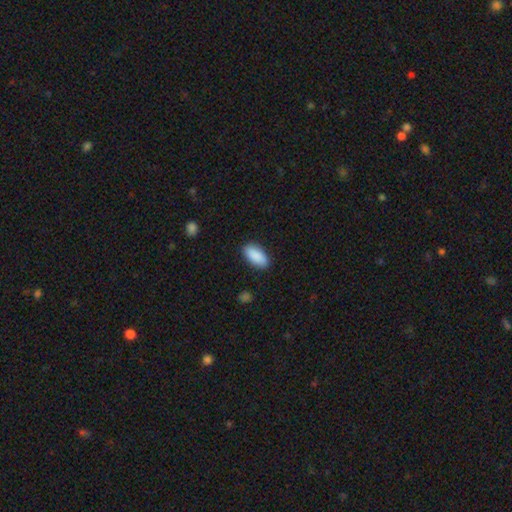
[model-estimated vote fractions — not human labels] Morphology: type=smooth (91%); roundness=in between (91%); merging=none (89%).